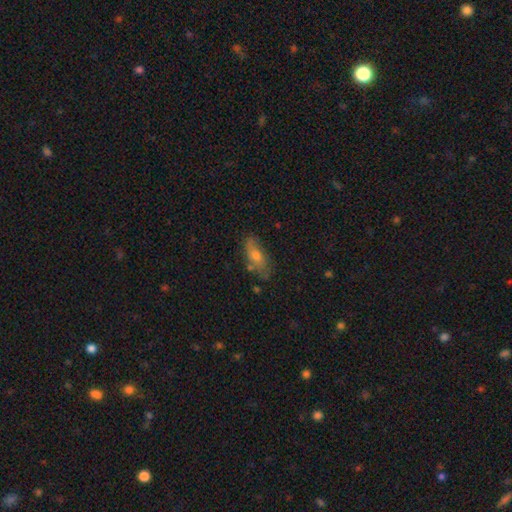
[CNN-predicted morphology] This is possibly a smooth galaxy (54%). How rounded: likely in between (70%). Merging: likely none (71%).